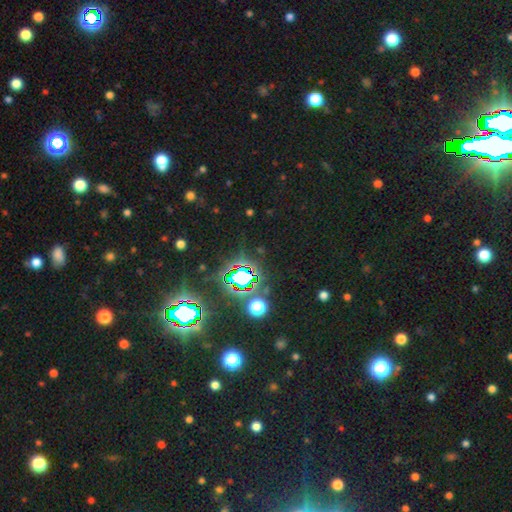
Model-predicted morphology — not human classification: The model was most divided on "smooth or featured": star or artifact: 81%, smooth: 13%, featured or disk: 6%.